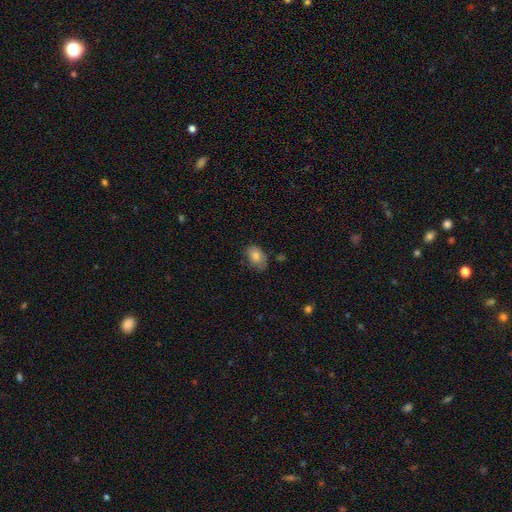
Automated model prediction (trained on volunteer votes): Morphology: type=smooth (78%); roundness=in between (85%); merging=none (66%).